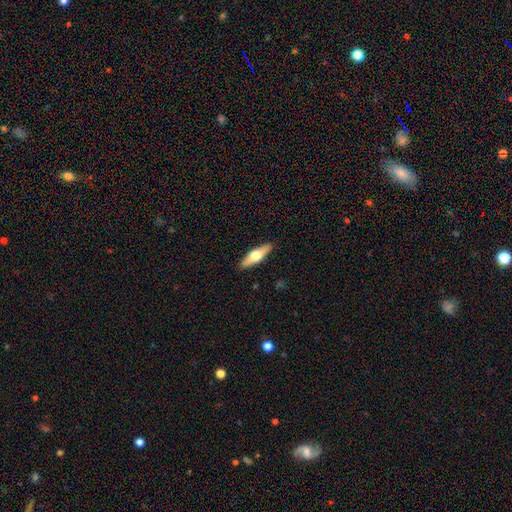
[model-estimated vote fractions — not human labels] Overall: featured or disk (50%; smooth 45%). Edge-on disk: yes (90%). Merging: none (90%).